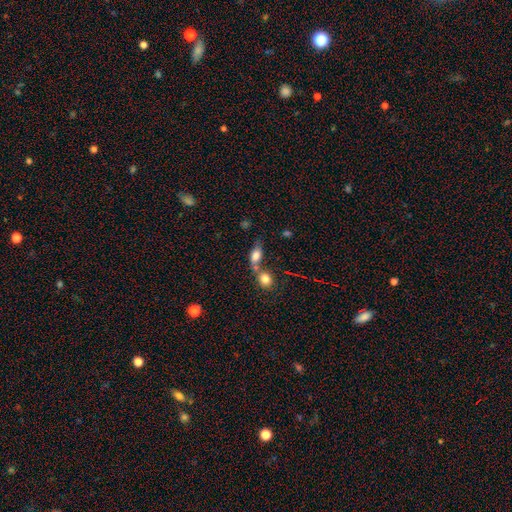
smooth 86%, featured or disk 11%, star or artifact 3%. Down the decision tree: how rounded — in between (81%); merging — merger (51%).